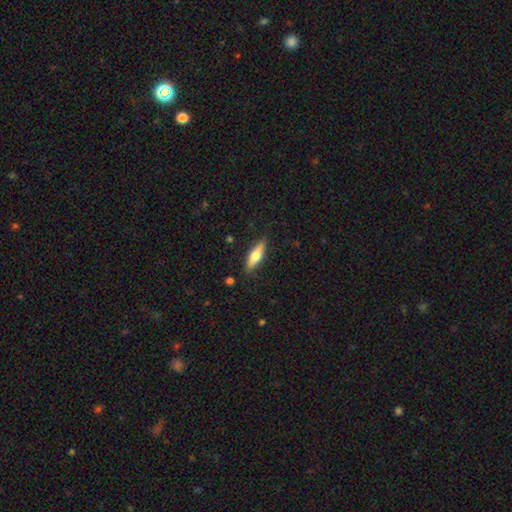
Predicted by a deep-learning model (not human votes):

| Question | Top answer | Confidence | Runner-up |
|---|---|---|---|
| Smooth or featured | smooth | 54% | featured or disk (40%) |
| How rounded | cigar-shaped | 59% | in between (39%) |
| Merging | none | 86% | minor disturbance (10%) |